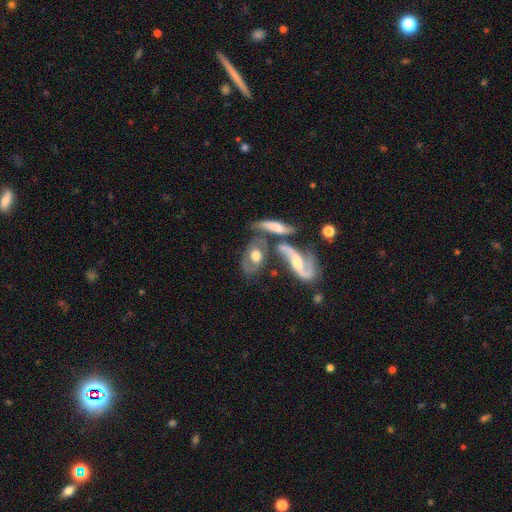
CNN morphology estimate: A featured or disk galaxy (57%). Merging: merger (38%).